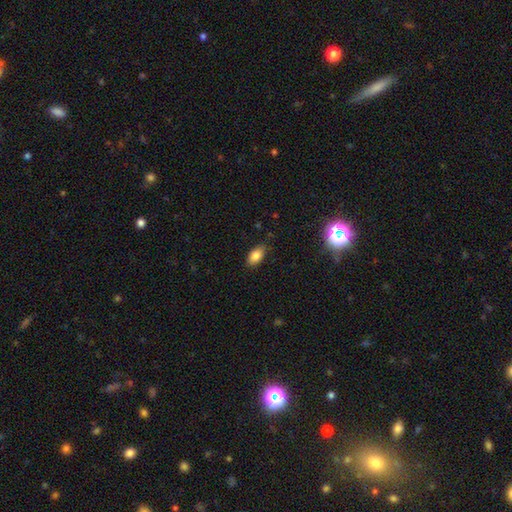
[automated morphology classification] smooth 83%, star or artifact 8%, featured or disk 8%. Down the decision tree: how rounded — in between (91%); merging — none (83%).